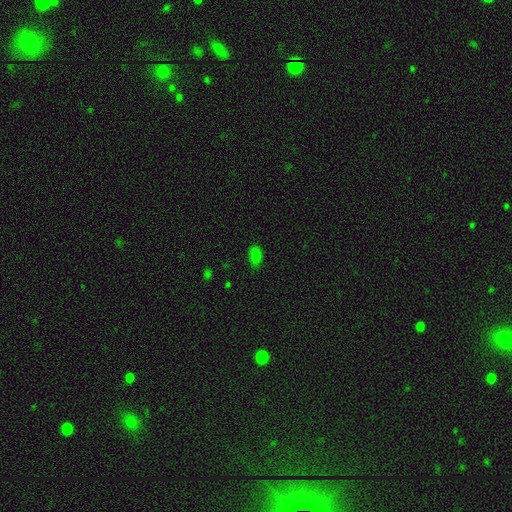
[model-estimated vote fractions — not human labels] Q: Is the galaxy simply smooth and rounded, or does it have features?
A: smooth — 76%.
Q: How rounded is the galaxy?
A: in between — 89%.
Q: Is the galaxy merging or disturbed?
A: none — 72%.